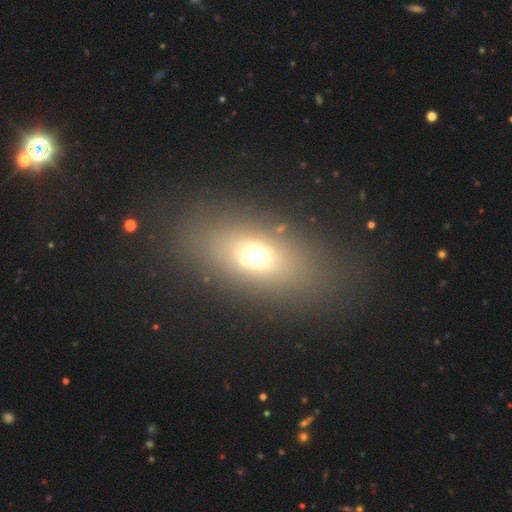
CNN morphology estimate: This is likely a smooth galaxy (61%). How rounded: likely in between (74%). Merging: likely none (75%).